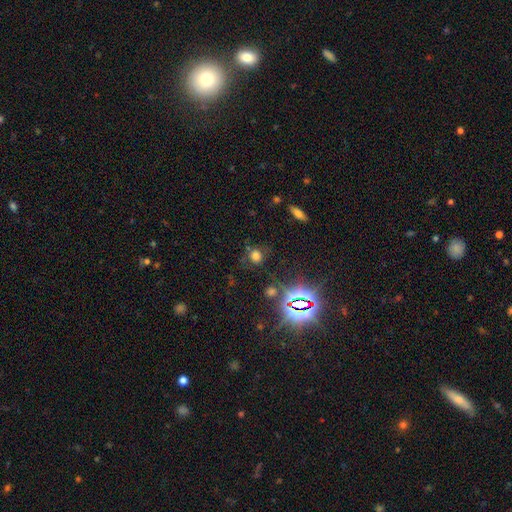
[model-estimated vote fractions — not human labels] smooth_or_featured: smooth (p=0.58) [alt: star or artifact p=0.33]
how_rounded: round (p=0.76) [alt: in between p=0.22]
merging: none (p=0.73) [alt: minor disturbance p=0.15]